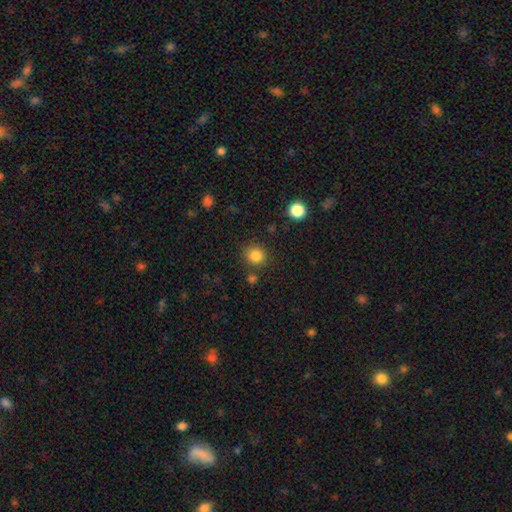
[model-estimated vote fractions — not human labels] Smooth or featured?
  - smooth: 84% *
  - star or artifact: 12%
  - featured or disk: 4%
How rounded?
  - round: 90% *
  - in between: 9%
  - cigar-shaped: 1%
Merging?
  - none: 84% *
  - minor disturbance: 8%
  - merger: 5%
  - major disturbance: 3%